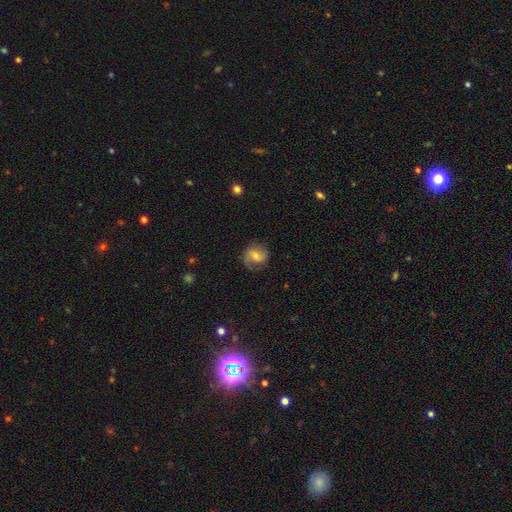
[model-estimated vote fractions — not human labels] Morphology: type=featured or disk (57%); edge-on=no (97%); bar=weak (44%); spiral arms=yes (87%); bulge=moderate (49%); merging=none (73%).